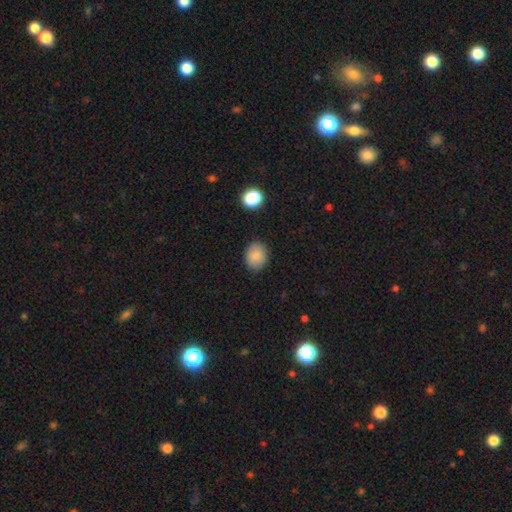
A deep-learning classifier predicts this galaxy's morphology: type=smooth (86%); roundness=round (51%); merging=none (85%).